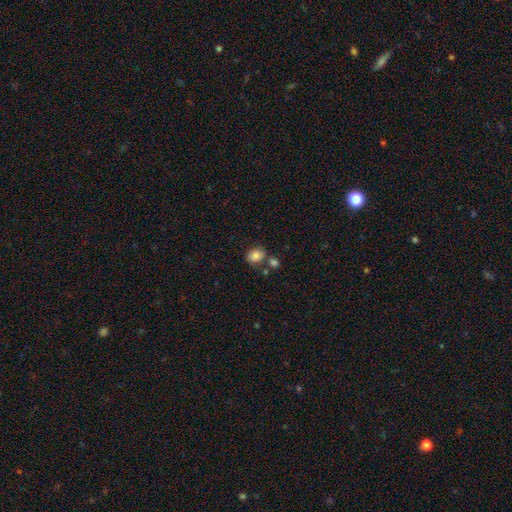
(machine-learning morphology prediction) smooth_or_featured: smooth (p=0.81) [alt: featured or disk p=0.10]
how_rounded: round (p=0.57) [alt: in between p=0.42]
merging: none (p=0.65) [alt: merger p=0.17]